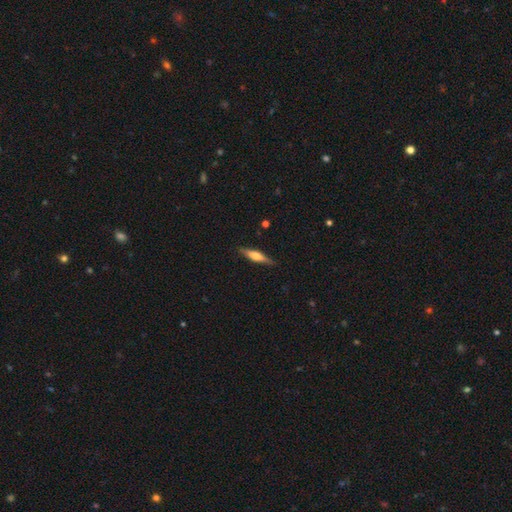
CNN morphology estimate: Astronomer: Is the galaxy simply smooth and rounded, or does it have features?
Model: featured or disk — 48% (runner-up: smooth, 46%).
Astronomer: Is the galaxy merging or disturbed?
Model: none — 85%.